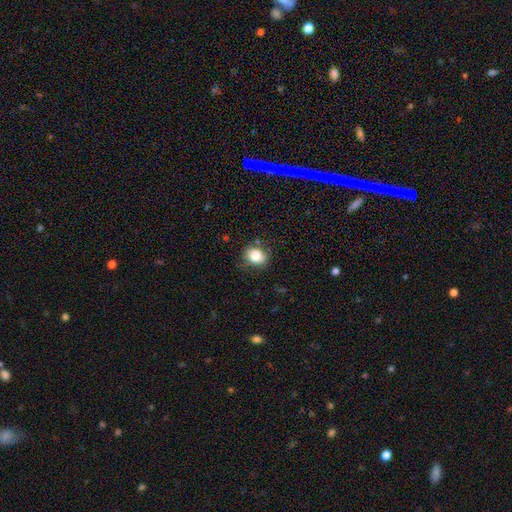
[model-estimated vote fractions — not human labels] Overall: smooth (80%). How rounded: round (56%; in between 44%). Merging: none (77%).